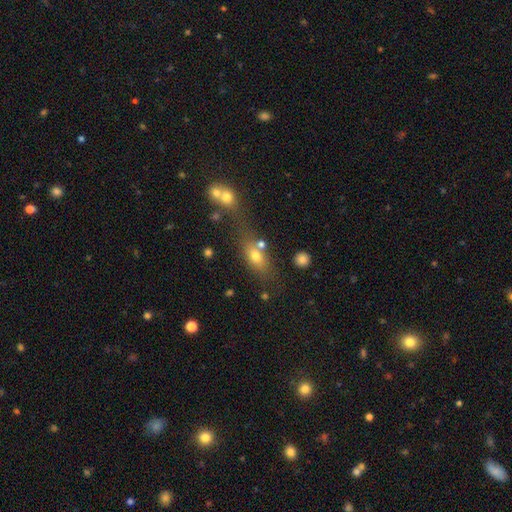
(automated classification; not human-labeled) This appears to be a smooth galaxy with no disk features (71%) that is in between round and cigar-shaped (70%). Merging: none (47%).